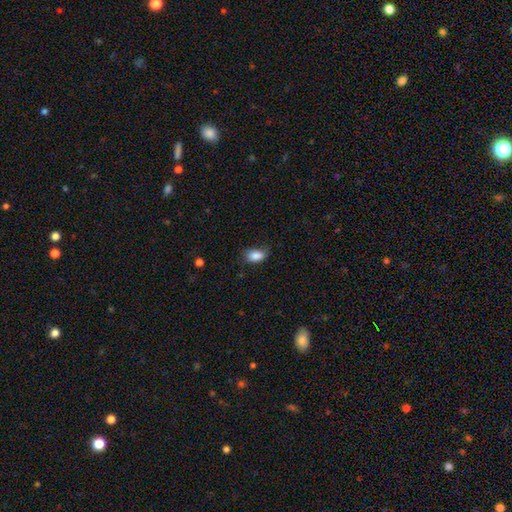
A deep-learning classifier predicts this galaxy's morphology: smooth_or_featured: smooth (p=0.86) [alt: star or artifact p=0.09]
how_rounded: in between (p=0.87) [alt: round p=0.11]
merging: none (p=0.67) [alt: minor disturbance p=0.26]